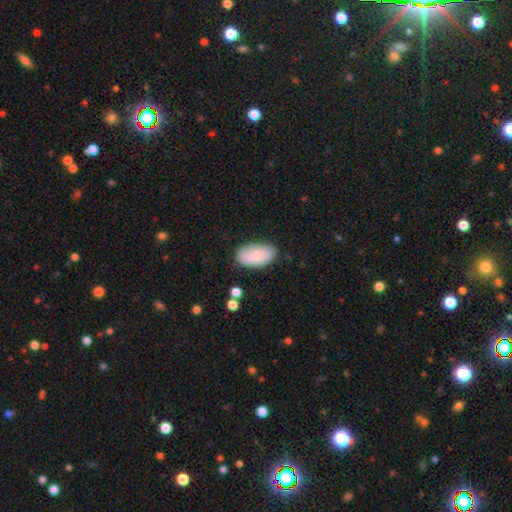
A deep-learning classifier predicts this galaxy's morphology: Smooth or featured? smooth (72%)
How rounded? in between (94%)
Merging? none (71%)